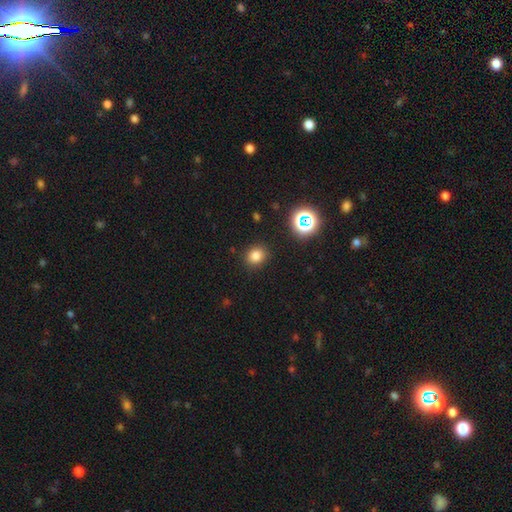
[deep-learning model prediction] smooth 79%, star or artifact 16%, featured or disk 5%. Down the decision tree: how rounded — round (72%); merging — none (88%).